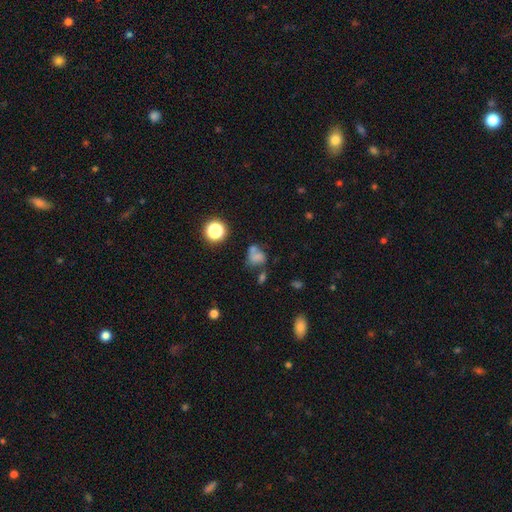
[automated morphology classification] Smooth or featured? smooth (59%)
How rounded? round (52%)
Merging? none (34%)